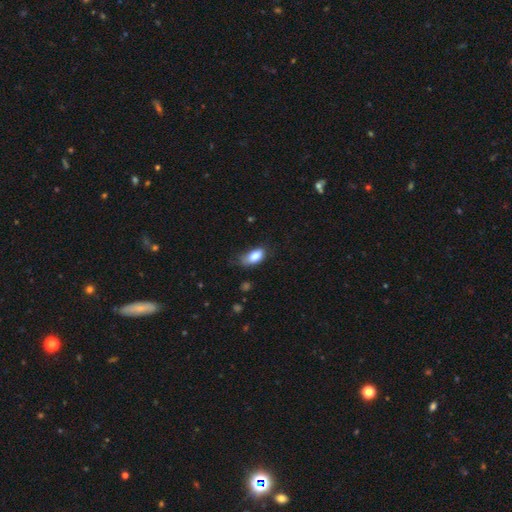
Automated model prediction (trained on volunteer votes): A smooth galaxy with no disk features (82%) that is in between round and cigar-shaped (90%).

Vote fractions:
- Smooth or featured? smooth: 82% / featured or disk: 10% / star or artifact: 8%
- How rounded? in between: 90% / cigar-shaped: 5% / round: 5%
- Merging? none: 50% / minor disturbance: 35% / major disturbance: 13% / merger: 2%